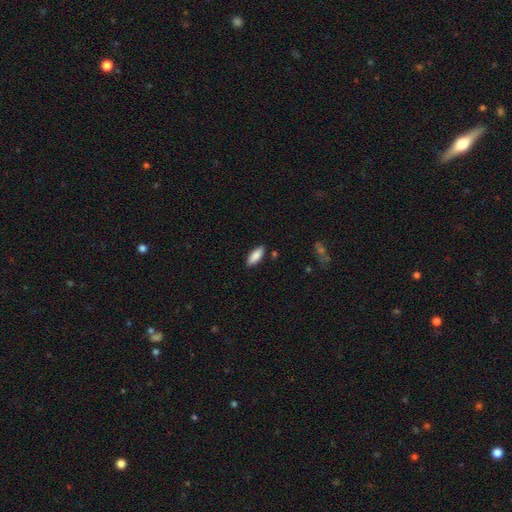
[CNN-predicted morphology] smooth-or-featured: smooth: 87% | featured or disk: 8% | star or artifact: 6%
  how-rounded: in between: 70% | cigar-shaped: 28% | round: 2%
  merging: none: 86% | minor disturbance: 10% | merger: 2% | major disturbance: 2%